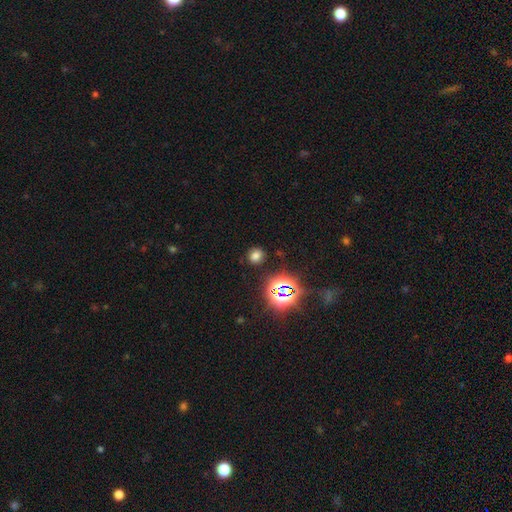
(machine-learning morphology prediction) This is likely a smooth galaxy (66%). How rounded: likely round (71%). Merging: clearly none (85%).